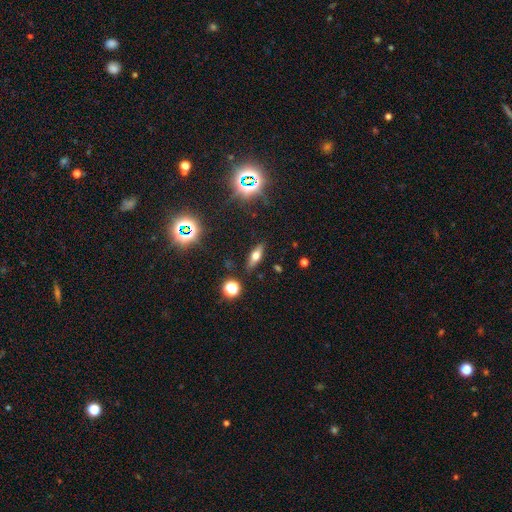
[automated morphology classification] smooth_or_featured: smooth (p=0.48) [alt: featured or disk p=0.36]
merging: none (p=0.86) [alt: minor disturbance p=0.09]